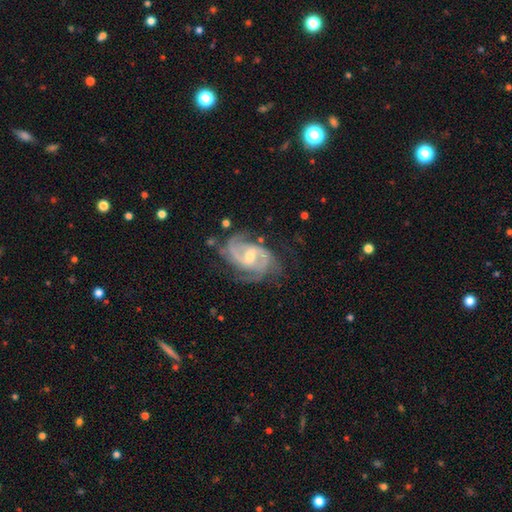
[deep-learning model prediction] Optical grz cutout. It shows a featured or disk galaxy (91%) with a weak bar (48%), 2 (60%) medium (51%) spiral arms (97%) and a moderate central bulge (54%). Merging: none (63%).